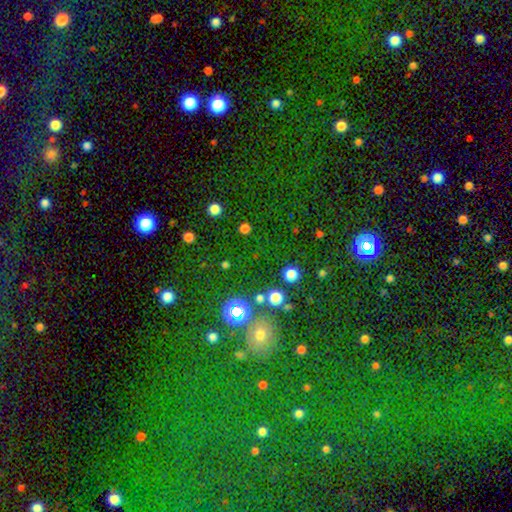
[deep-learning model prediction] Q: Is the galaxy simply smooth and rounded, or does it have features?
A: star or artifact — 46%.